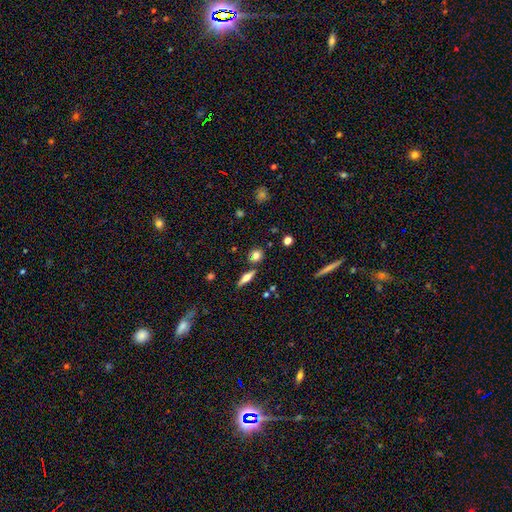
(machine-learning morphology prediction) Overall: smooth (73%). How rounded: round (67%). Merging: none (74%).